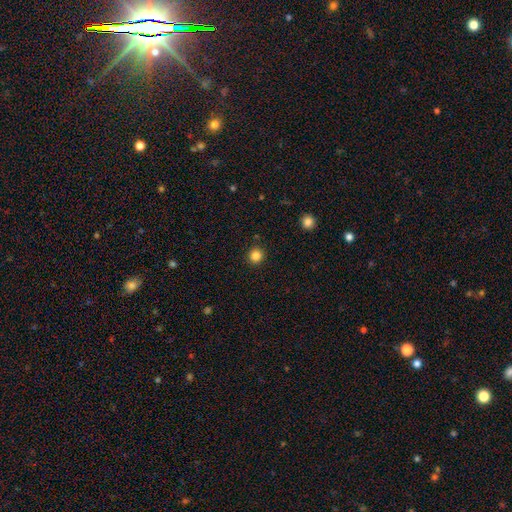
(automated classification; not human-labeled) Overall: smooth (84%). How rounded: round (93%). Merging: none (91%).